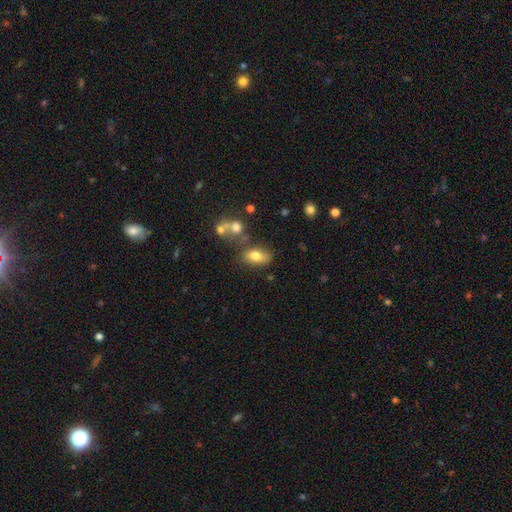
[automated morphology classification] smooth-or-featured: smooth: 77% | featured or disk: 12% | star or artifact: 10%
  how-rounded: in between: 87% | round: 10% | cigar-shaped: 3%
  merging: none: 61% | minor disturbance: 18% | merger: 14% | major disturbance: 7%